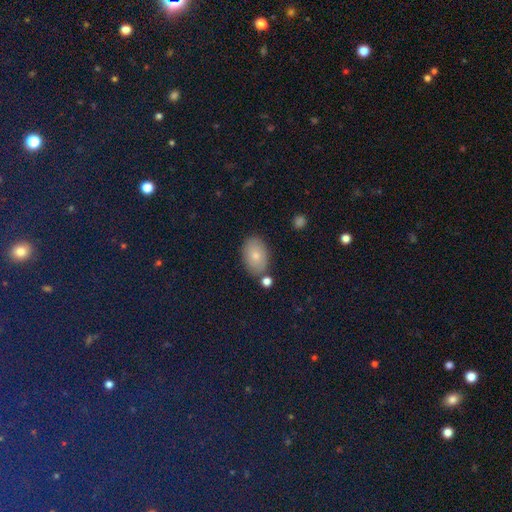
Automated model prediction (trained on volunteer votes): A smooth galaxy with no disk features (78%) that is in between round and cigar-shaped (88%). Merging: none (80%).